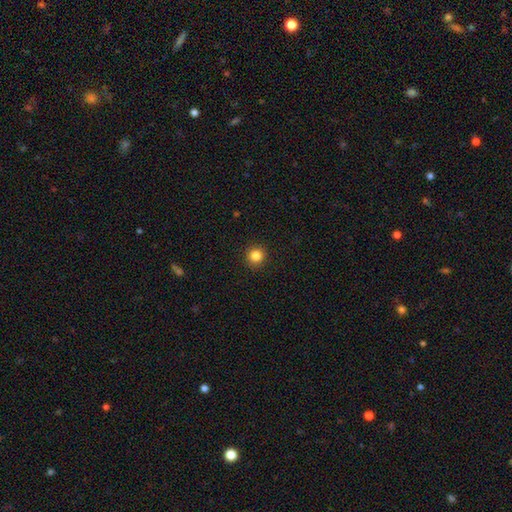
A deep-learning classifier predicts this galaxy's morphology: A smooth galaxy with no disk features (84%) that is round (94%).

Vote fractions:
- Smooth or featured? smooth: 84% / star or artifact: 11% / featured or disk: 5%
- How rounded? round: 94% / in between: 5% / cigar-shaped: 1%
- Merging? none: 92% / minor disturbance: 5% / major disturbance: 2% / merger: 1%